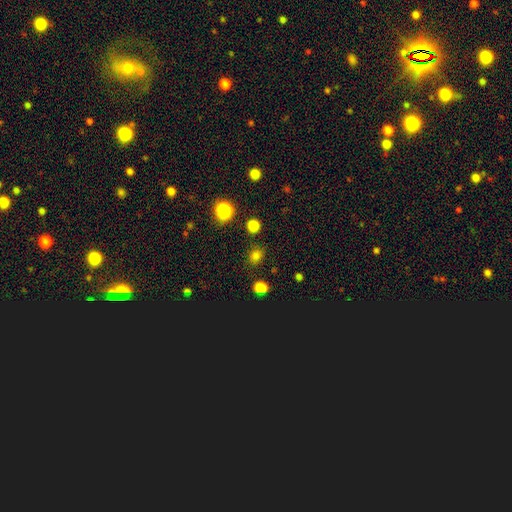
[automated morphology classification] Smooth or featured: smooth — 74% (star or artifact — 22%)
How rounded: round — 66% (in between — 32%)
Merging: none — 84% (minor disturbance — 10%)